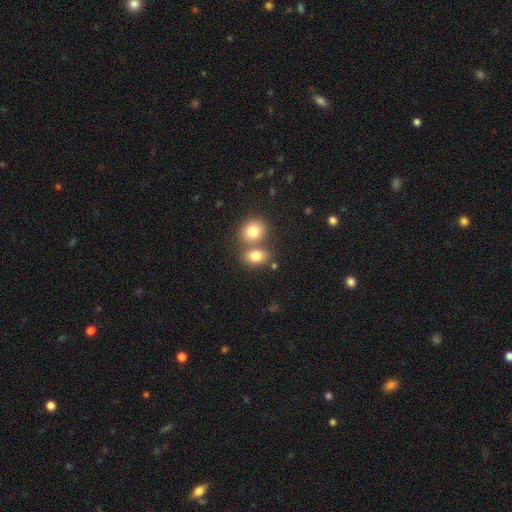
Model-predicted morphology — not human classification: smooth_or_featured: smooth (p=0.80) [alt: featured or disk p=0.10]
how_rounded: in between (p=0.56) [alt: round p=0.42]
merging: merger (p=0.46) [alt: none p=0.43]